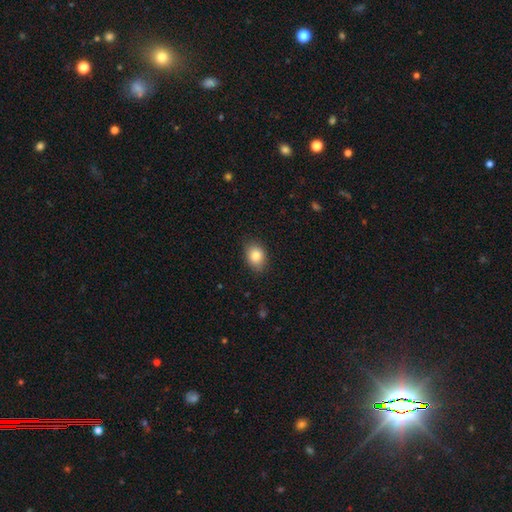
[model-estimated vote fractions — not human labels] Smooth or featured? Predicted: smooth (p=0.84). How rounded? Predicted: in between (p=0.64). Merging? Predicted: none (p=0.85).